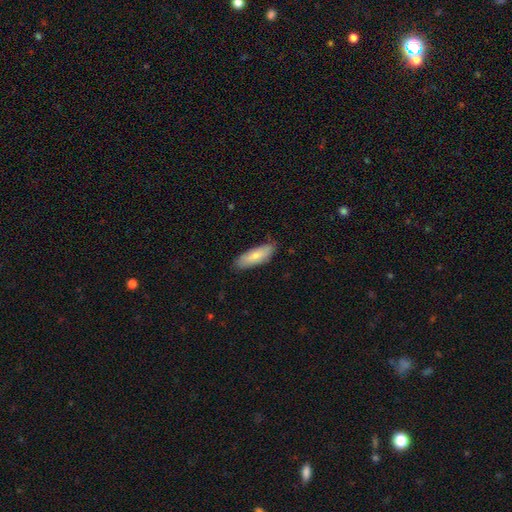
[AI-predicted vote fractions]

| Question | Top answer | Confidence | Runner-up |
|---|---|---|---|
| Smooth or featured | smooth | 76% | featured or disk (18%) |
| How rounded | in between | 64% | cigar-shaped (34%) |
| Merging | none | 80% | minor disturbance (16%) |